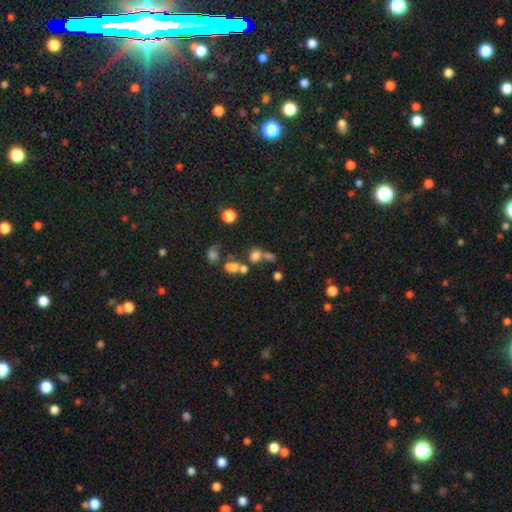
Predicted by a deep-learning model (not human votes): smooth 66%, star or artifact 21%, featured or disk 13%. Down the decision tree: how rounded — round (69%); merging — none (41%).